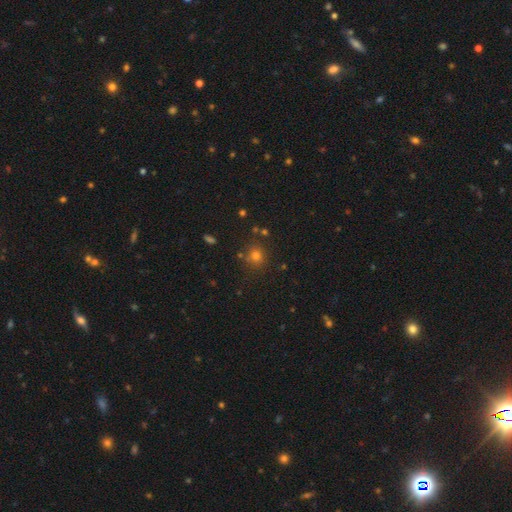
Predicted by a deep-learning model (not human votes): A smooth galaxy with no disk features (72%) that is round (88%).

Vote fractions:
- Smooth or featured? smooth: 72% / star or artifact: 21% / featured or disk: 7%
- How rounded? round: 88% / in between: 11% / cigar-shaped: 1%
- Merging? none: 80% / minor disturbance: 10% / merger: 7% / major disturbance: 3%